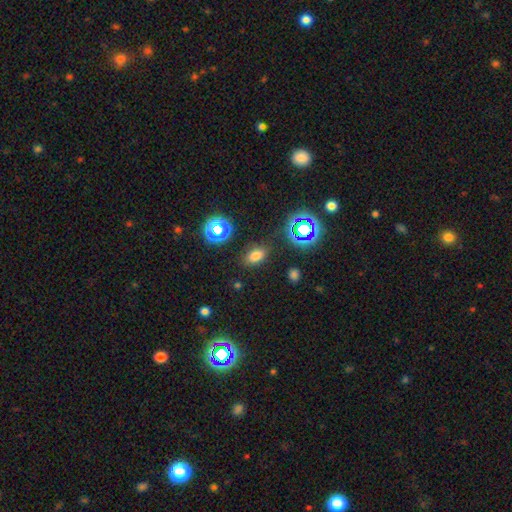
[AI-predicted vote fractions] The model was most divided on "smooth or featured": smooth: 71%, star or artifact: 21%, featured or disk: 7%. More confident: merging — none (83%); how rounded — in between (82%).